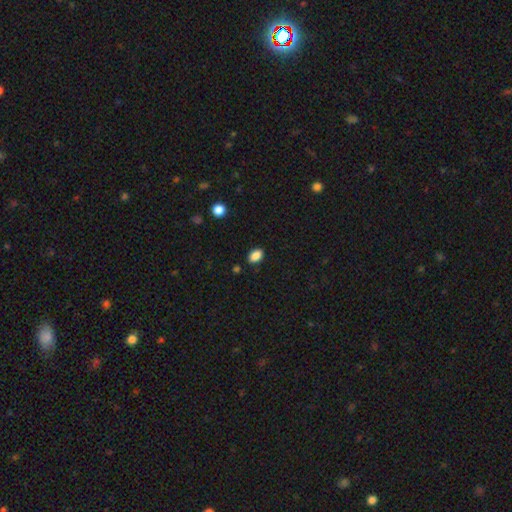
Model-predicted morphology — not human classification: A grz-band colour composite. It shows a smooth galaxy with no disk features (88%) that is in between round and cigar-shaped (87%). Merging: none (85%).